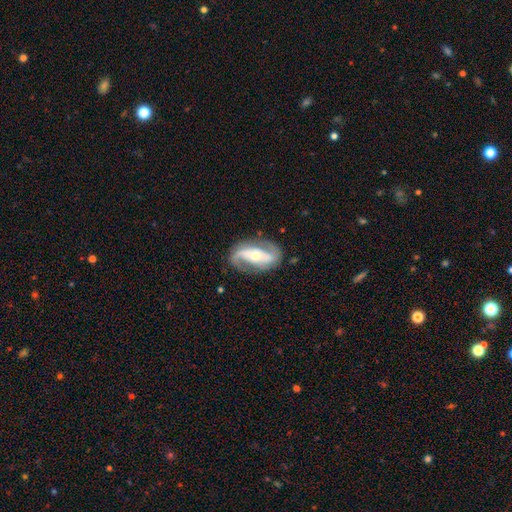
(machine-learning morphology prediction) featured or disk 84%, smooth 11%, star or artifact 5%. Down the decision tree: edge-on disk — no (95%); bar — no (37%); spiral arms — yes (93%); spiral arm count — 2 (88%); spiral winding — medium (41%); bulge size — moderate (53%); merging — none (77%).